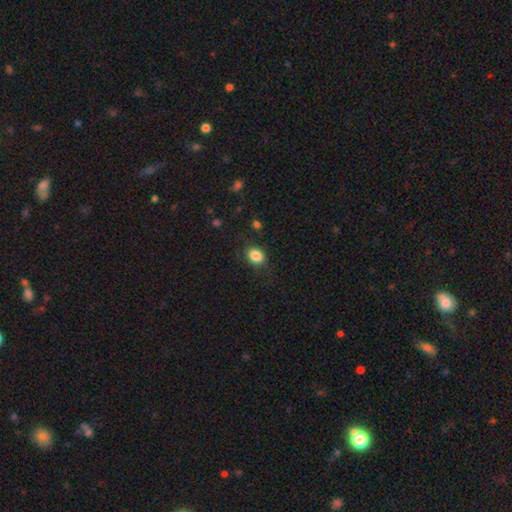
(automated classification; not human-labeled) Morphology: type=smooth (85%); roundness=in between (59%); merging=none (81%).